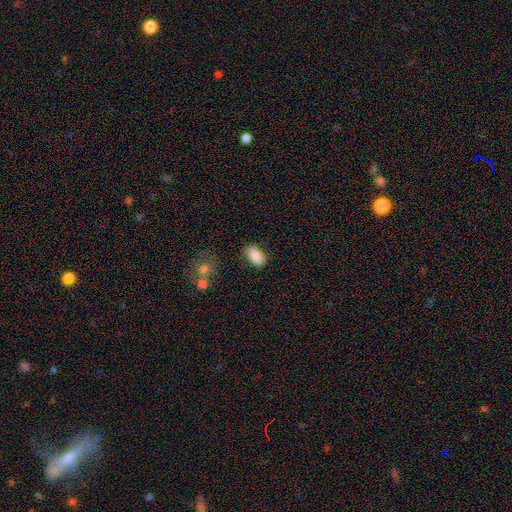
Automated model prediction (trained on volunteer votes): This is clearly a smooth galaxy (84%). How rounded: clearly in between (91%). Merging: likely none (68%).